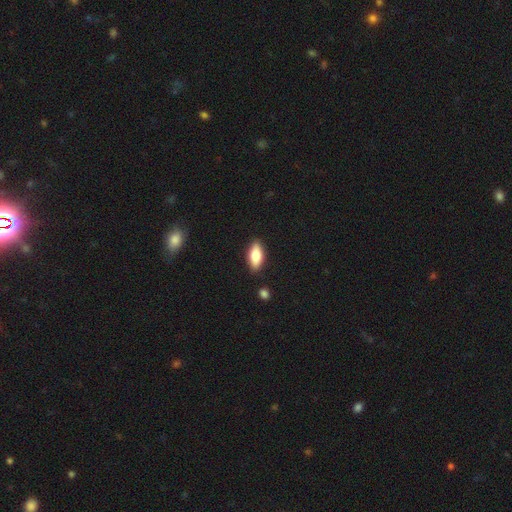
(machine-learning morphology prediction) smooth 76%, featured or disk 17%, star or artifact 6%. Down the decision tree: how rounded — in between (81%); merging — none (87%).